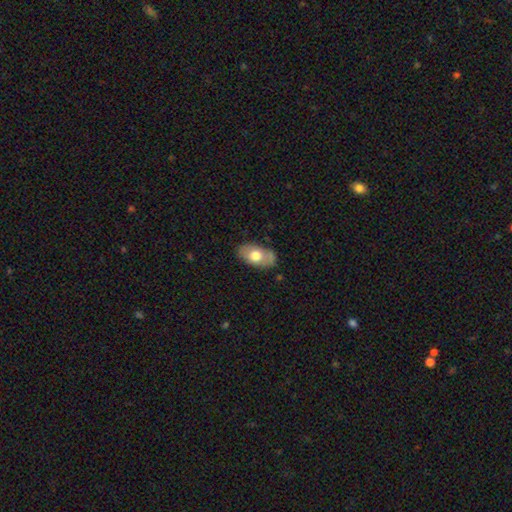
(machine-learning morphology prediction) smooth-or-featured: smooth: 65% | featured or disk: 29% | star or artifact: 6%
  how-rounded: in between: 91% | round: 7% | cigar-shaped: 2%
  merging: none: 75% | minor disturbance: 18% | major disturbance: 4% | merger: 3%